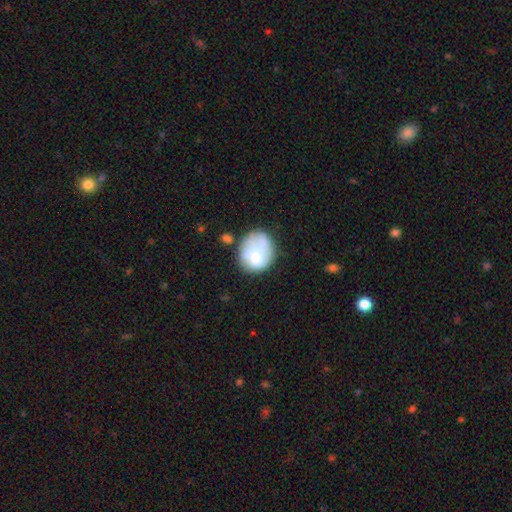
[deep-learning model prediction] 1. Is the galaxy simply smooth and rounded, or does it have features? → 63% smooth, 29% featured or disk, 8% star or artifact.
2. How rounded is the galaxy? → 62% round, 37% in between, 1% cigar-shaped.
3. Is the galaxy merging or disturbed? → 46% none, 26% minor disturbance, 16% major disturbance, 13% merger.